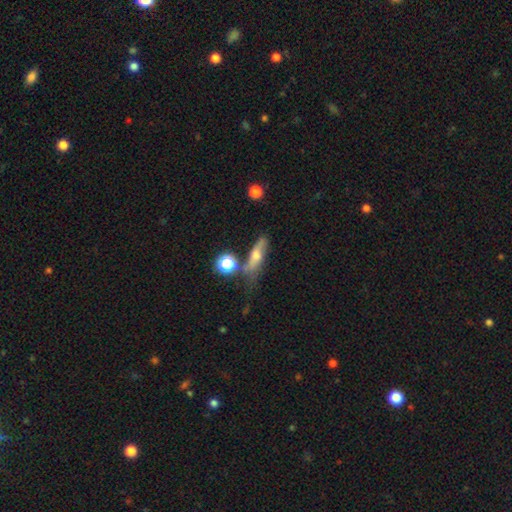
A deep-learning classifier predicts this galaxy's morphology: smooth-or-featured: featured or disk: 47% | smooth: 42% | star or artifact: 11%
  merging: none: 50% | minor disturbance: 25% | major disturbance: 13% | merger: 12%